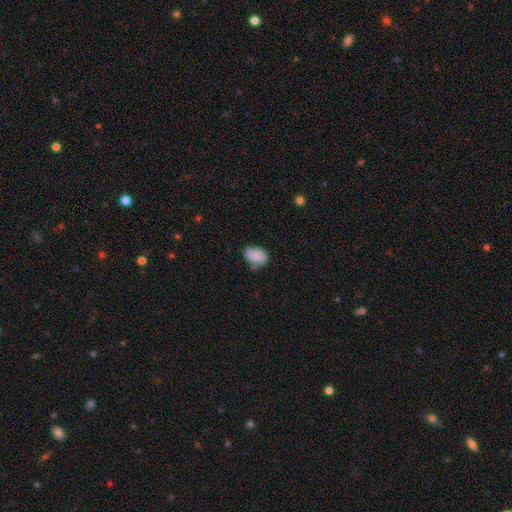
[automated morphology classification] Smooth or featured: smooth — 84% (featured or disk — 8%)
How rounded: in between — 82% (round — 17%)
Merging: none — 59% (minor disturbance — 26%)